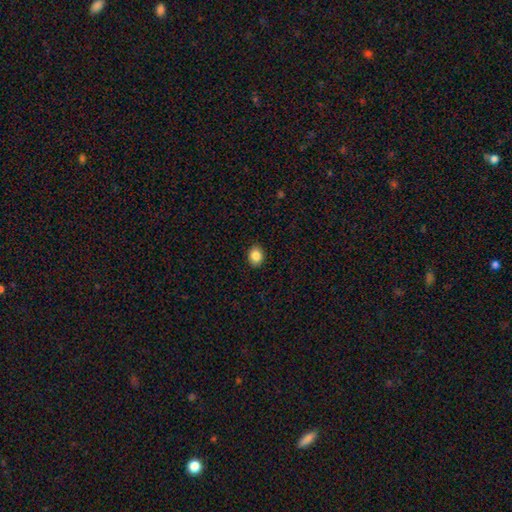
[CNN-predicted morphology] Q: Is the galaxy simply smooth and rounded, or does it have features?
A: smooth — 85%.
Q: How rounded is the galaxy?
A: round — 53%.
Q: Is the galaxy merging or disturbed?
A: none — 91%.